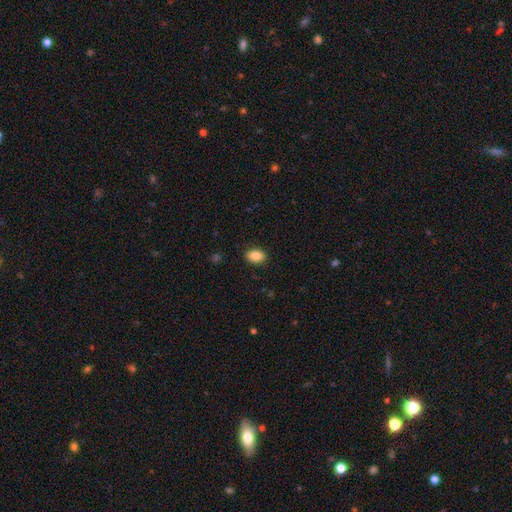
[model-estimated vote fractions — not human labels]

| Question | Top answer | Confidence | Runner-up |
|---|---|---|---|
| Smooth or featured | smooth | 87% | star or artifact (8%) |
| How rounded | in between | 85% | round (13%) |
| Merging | none | 89% | minor disturbance (8%) |